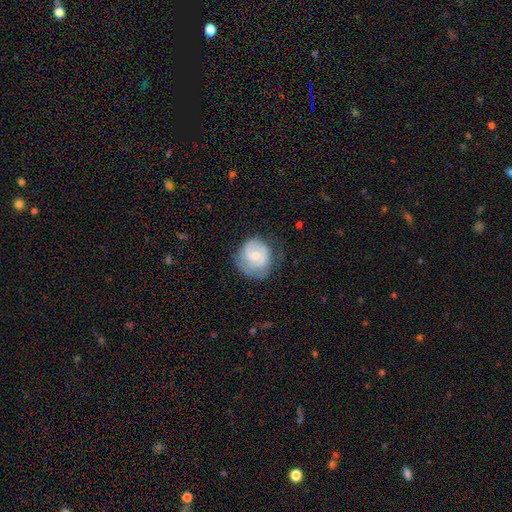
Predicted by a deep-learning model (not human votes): The model was most divided on "bulge size": small: 54%, moderate: 39%, none: 4%, large: 2%, dominant: 1%. More confident: edge-on disk — no (98%); spiral arms — yes (82%); bar — no (63%); merging — none (61%); smooth or featured — featured or disk (56%).